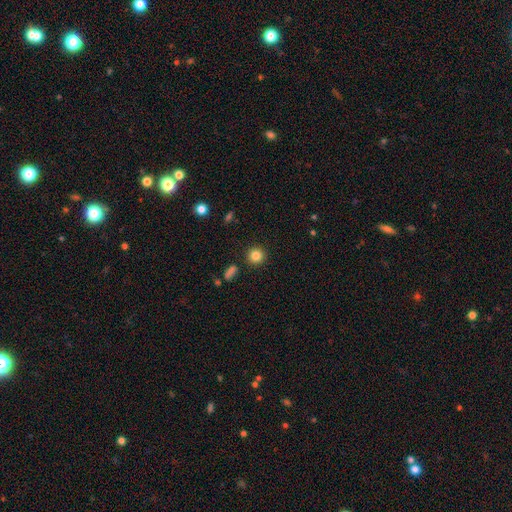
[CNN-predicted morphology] Smooth or featured?
  - smooth: 83% *
  - star or artifact: 11%
  - featured or disk: 6%
How rounded?
  - round: 92% *
  - in between: 7%
  - cigar-shaped: 1%
Merging?
  - none: 91% *
  - minor disturbance: 5%
  - major disturbance: 2%
  - merger: 2%